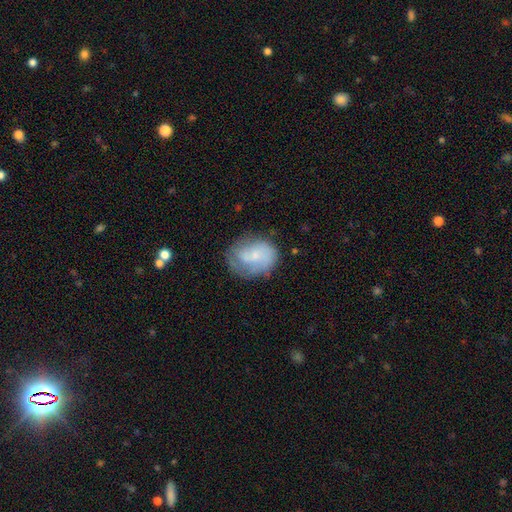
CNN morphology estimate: type=featured or disk (46%, tied with smooth); merging=none (56%).